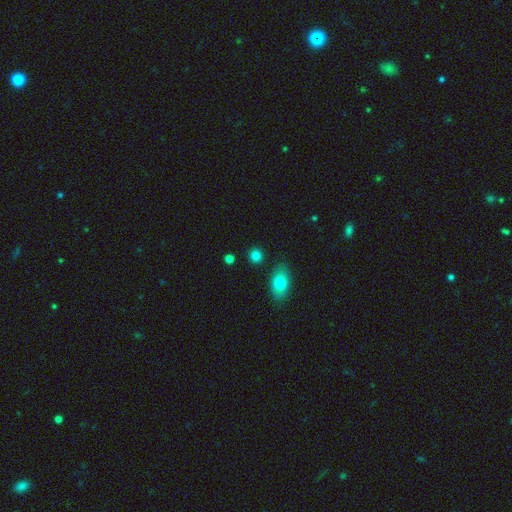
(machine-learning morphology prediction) Overall: smooth (83%). How rounded: round (82%). Merging: none (86%).